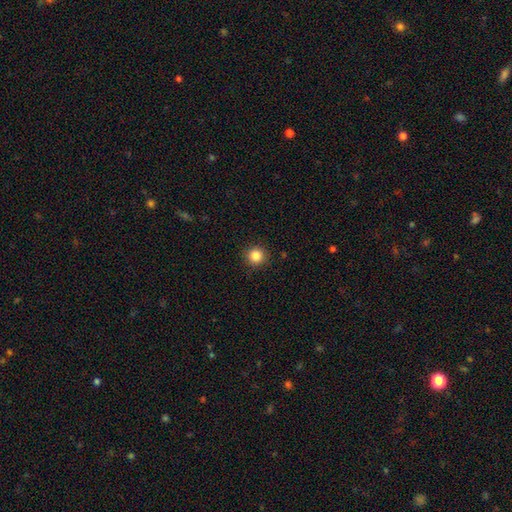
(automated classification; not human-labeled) Q: Smooth or featured?
A: smooth (85%); runner-up: star or artifact (11%)
Q: How rounded?
A: round (95%); runner-up: in between (4%)
Q: Merging?
A: none (92%); runner-up: minor disturbance (6%)